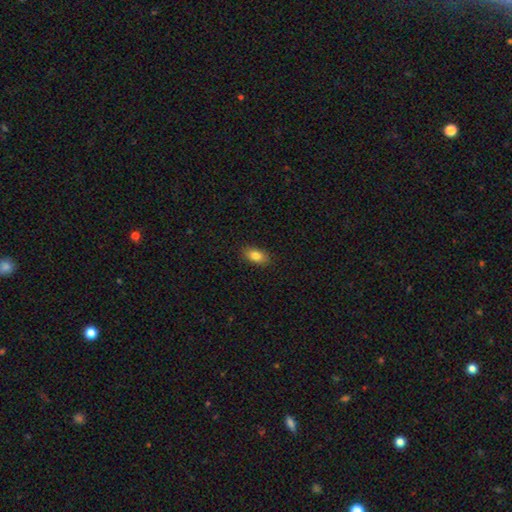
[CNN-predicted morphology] Smooth or featured? smooth (85%)
How rounded? in between (90%)
Merging? none (89%)